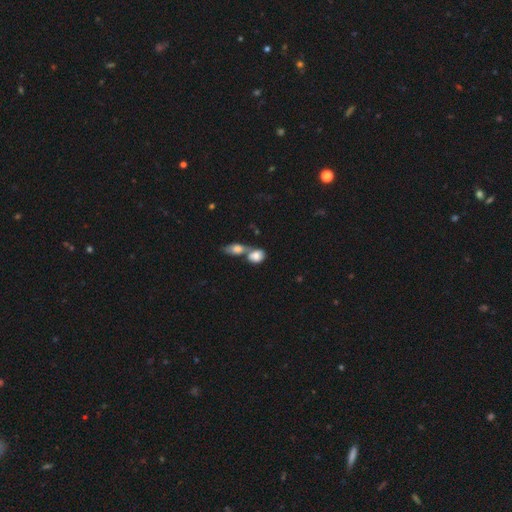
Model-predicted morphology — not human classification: Q: Smooth or featured?
A: smooth (77%); runner-up: featured or disk (15%)
Q: How rounded?
A: in between (62%); runner-up: round (35%)
Q: Merging?
A: merger (65%); runner-up: none (23%)